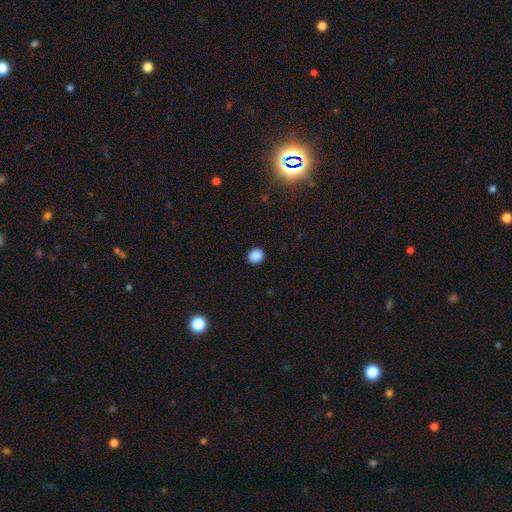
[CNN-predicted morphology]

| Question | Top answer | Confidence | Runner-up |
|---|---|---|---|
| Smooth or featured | smooth | 88% | star or artifact (9%) |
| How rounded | round | 76% | in between (23%) |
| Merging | none | 91% | minor disturbance (6%) |